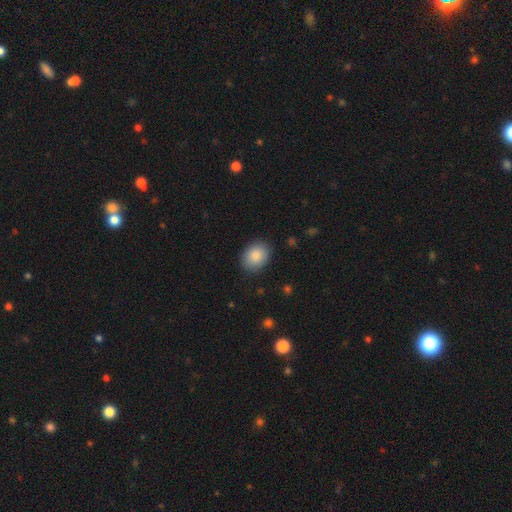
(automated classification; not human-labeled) smooth_or_featured: smooth (p=0.88) [alt: star or artifact p=0.07]
how_rounded: in between (p=0.60) [alt: round p=0.39]
merging: none (p=0.87) [alt: minor disturbance p=0.10]